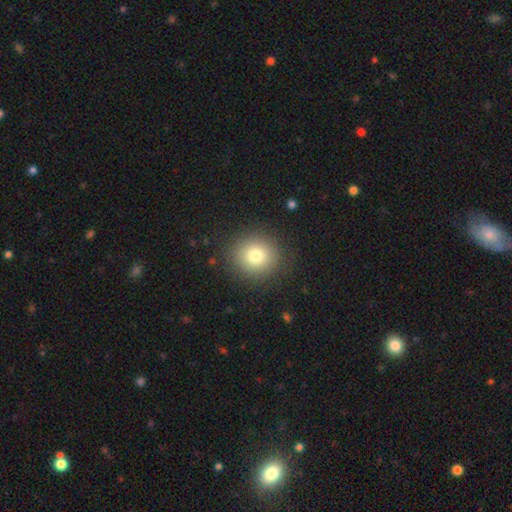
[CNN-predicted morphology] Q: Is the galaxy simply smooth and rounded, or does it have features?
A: smooth — 78%.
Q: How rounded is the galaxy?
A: round — 91%.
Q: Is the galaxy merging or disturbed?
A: none — 89%.